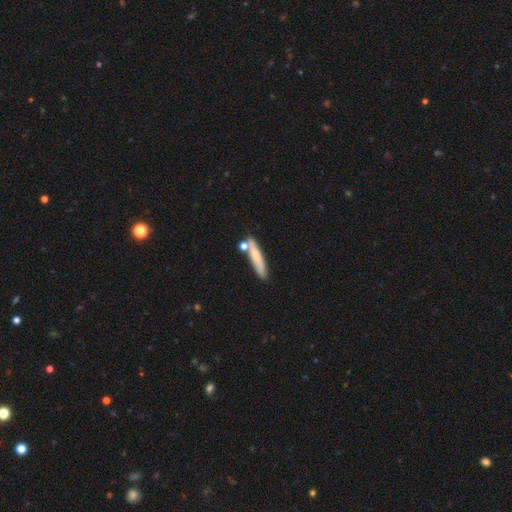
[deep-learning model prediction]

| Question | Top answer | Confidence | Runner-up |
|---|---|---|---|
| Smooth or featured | smooth | 69% | featured or disk (24%) |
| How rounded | cigar-shaped | 86% | in between (12%) |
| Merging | none | 68% | minor disturbance (15%) |